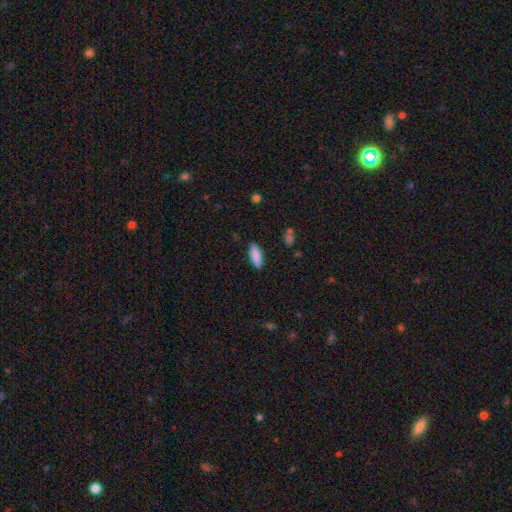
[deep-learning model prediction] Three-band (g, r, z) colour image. It shows a smooth galaxy with no disk features (87%) that is in between round and cigar-shaped (61%). Merging: none (89%).